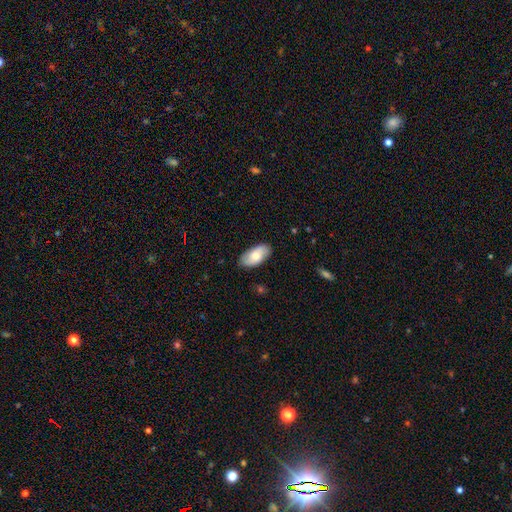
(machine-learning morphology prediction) type=smooth (70%); roundness=in between (95%); merging=none (86%).